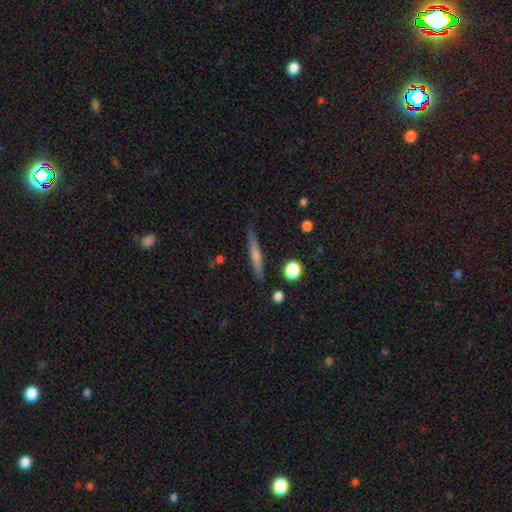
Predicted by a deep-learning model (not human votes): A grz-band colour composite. It shows a smooth galaxy with no disk features (50%) that is cigar-shaped (93%). Merging: none (87%).